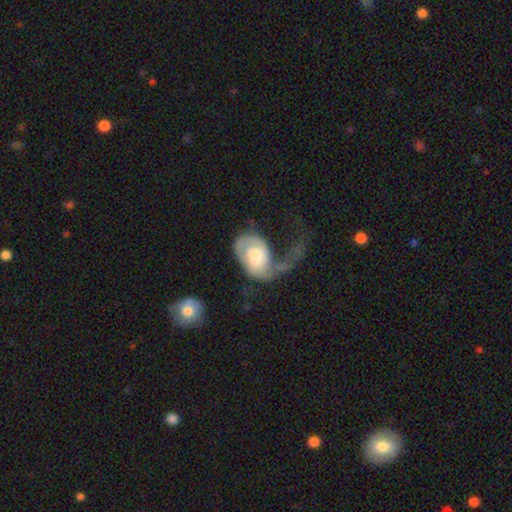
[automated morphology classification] Overall: featured or disk (62%; smooth 32%). Edge-on disk: no (97%). Bar: no (61%; weak 32%). Spiral arms: yes (78%). Bulge size: moderate (47%; large 31%). Merging: major disturbance (61%).